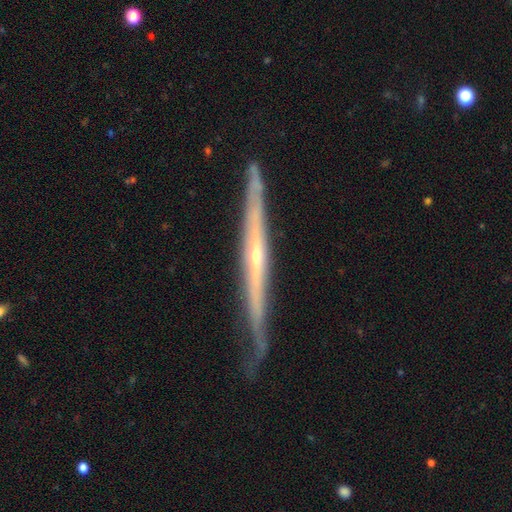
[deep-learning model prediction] Morphology: type=featured or disk (83%); edge-on=yes (94%); edge-on bulge=rounded (62%); merging=none (71%).